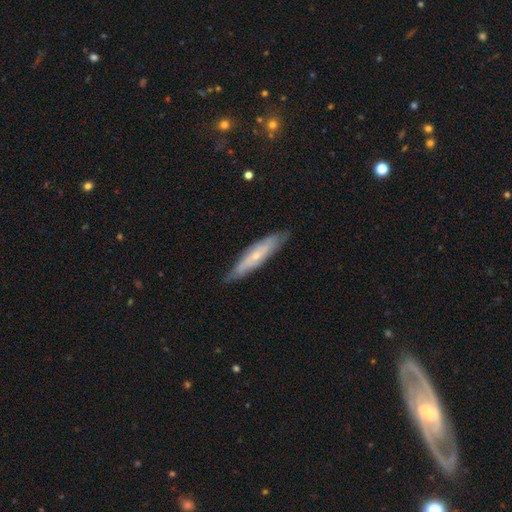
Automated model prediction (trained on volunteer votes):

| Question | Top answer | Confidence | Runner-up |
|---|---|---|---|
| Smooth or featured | featured or disk | 55% | smooth (39%) |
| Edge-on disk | yes | 51% | no (49%) |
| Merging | none | 79% | minor disturbance (16%) |